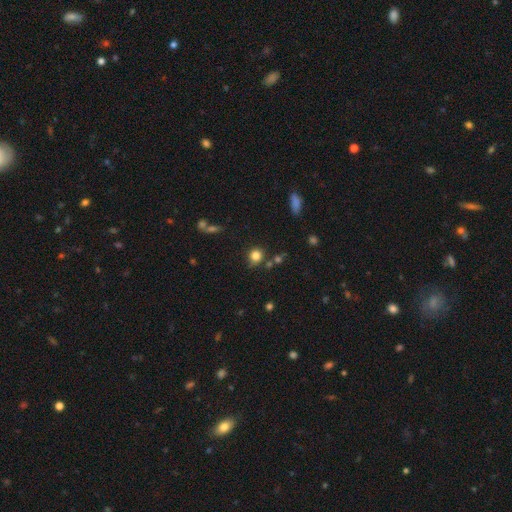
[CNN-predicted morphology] Smooth or featured: smooth — 82% (star or artifact — 12%)
How rounded: round — 85% (in between — 14%)
Merging: none — 74% (minor disturbance — 14%)